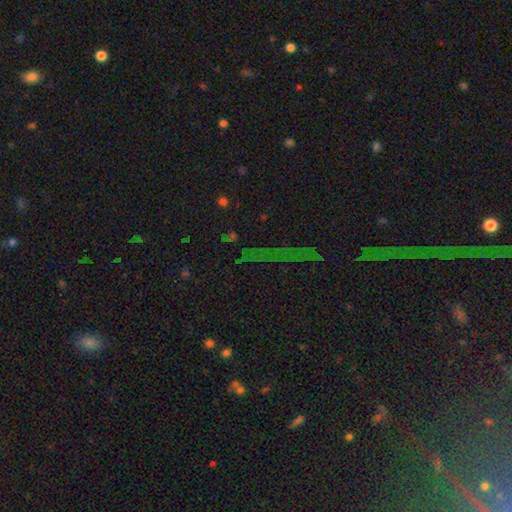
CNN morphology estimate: smooth_or_featured: star or artifact (p=0.74) [alt: smooth p=0.16]